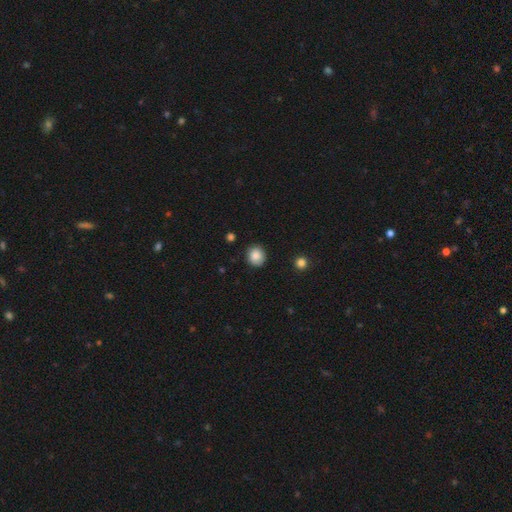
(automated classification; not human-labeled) Smooth or featured? smooth (86%)
How rounded? round (83%)
Merging? none (88%)